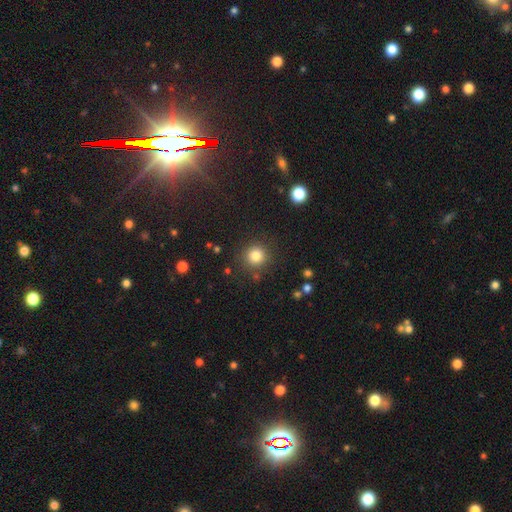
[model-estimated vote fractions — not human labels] Smooth or featured?
  - smooth: 82% *
  - star or artifact: 12%
  - featured or disk: 6%
How rounded?
  - round: 93% *
  - in between: 6%
  - cigar-shaped: 1%
Merging?
  - none: 86% *
  - minor disturbance: 8%
  - major disturbance: 4%
  - merger: 3%